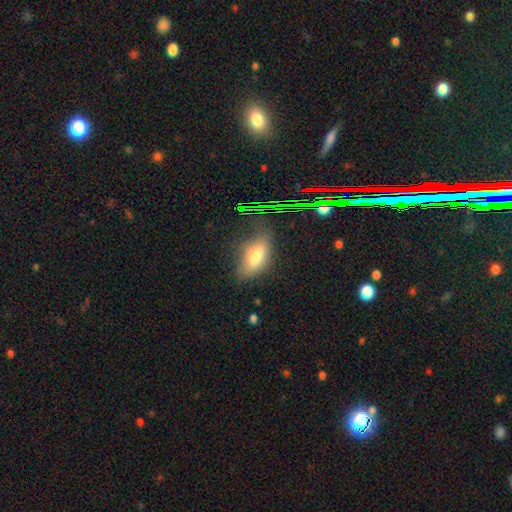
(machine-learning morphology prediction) Smooth or featured: smooth — 66% (featured or disk — 21%)
How rounded: in between — 78% (cigar-shaped — 17%)
Merging: none — 65% (minor disturbance — 22%)